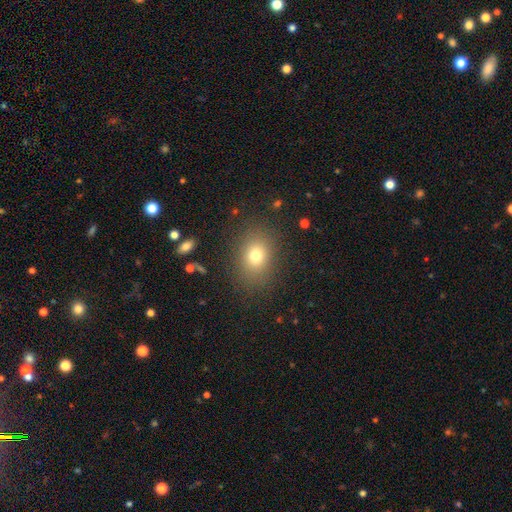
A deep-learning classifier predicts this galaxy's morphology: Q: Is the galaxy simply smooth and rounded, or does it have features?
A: smooth — 75%.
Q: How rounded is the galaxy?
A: in between — 57%.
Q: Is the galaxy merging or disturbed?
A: none — 85%.